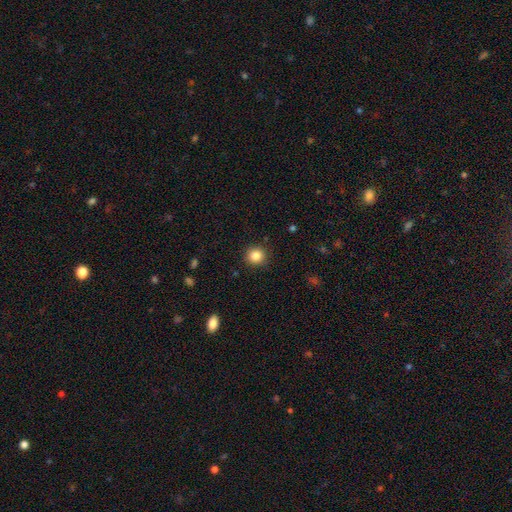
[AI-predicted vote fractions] This is clearly a smooth galaxy (85%). How rounded: clearly round (92%). Merging: clearly none (91%).